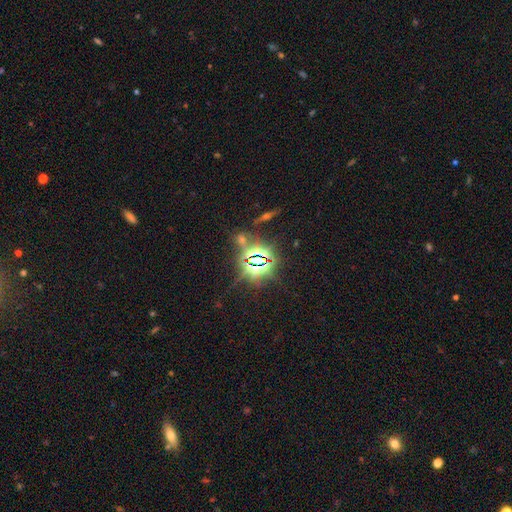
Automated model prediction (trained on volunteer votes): Morphology: type=star or artifact (83%).